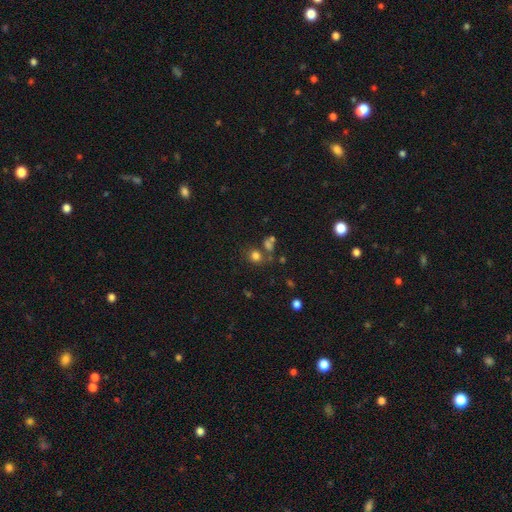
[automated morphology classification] This appears to be a smooth galaxy with no disk features (74%) that is round (71%). Merging: none (62%).